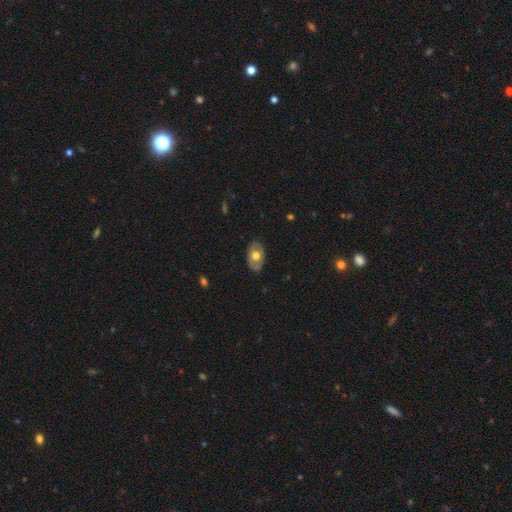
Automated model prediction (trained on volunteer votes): A smooth galaxy with no disk features (55%) that is in between round and cigar-shaped (87%).

Vote fractions:
- Smooth or featured? smooth: 55% / featured or disk: 39% / star or artifact: 6%
- How rounded? in between: 87% / round: 11% / cigar-shaped: 1%
- Merging? none: 82% / minor disturbance: 14% / major disturbance: 3% / merger: 1%